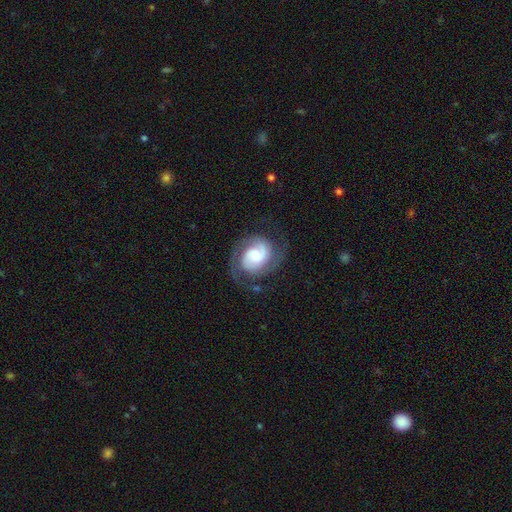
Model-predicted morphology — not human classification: This is clearly a featured or disk galaxy (80%). It is clearly not viewed edge-on (98%). Bar: possibly no (55%). Spiral arm pattern: clearly yes (96%). Spiral arm count: likely 2 (74%). Spiral winding: possibly tight (47%). Central bulge: marginally small (38%). Merging: likely none (68%).